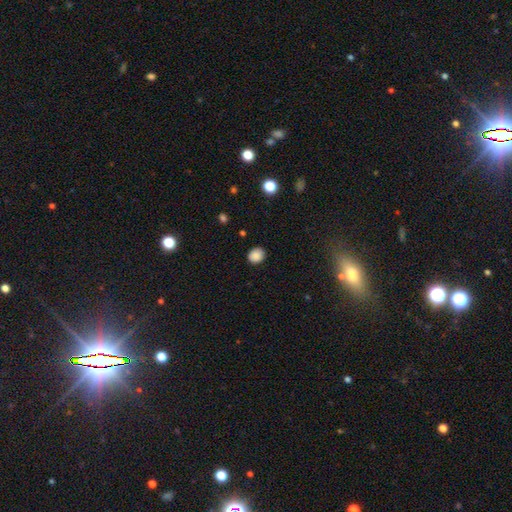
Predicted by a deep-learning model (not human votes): The model was most divided on "how rounded": round: 72%, in between: 27%, cigar-shaped: 1%. More confident: merging — none (89%); smooth or featured — smooth (87%).